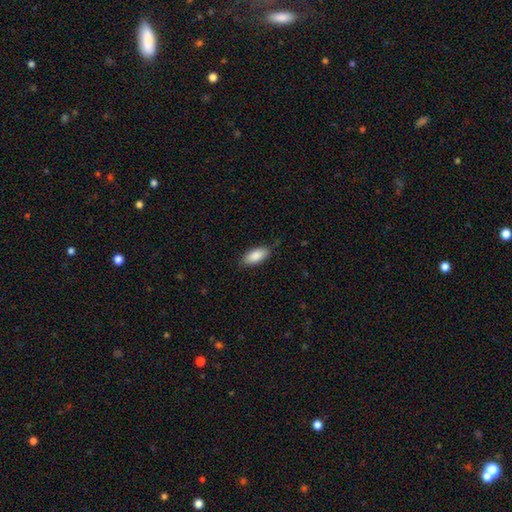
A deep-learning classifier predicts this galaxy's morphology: Smooth or featured?
  - smooth: 87% *
  - featured or disk: 7%
  - star or artifact: 6%
How rounded?
  - in between: 87% *
  - cigar-shaped: 11%
  - round: 2%
Merging?
  - none: 82% *
  - minor disturbance: 14%
  - major disturbance: 3%
  - merger: 1%